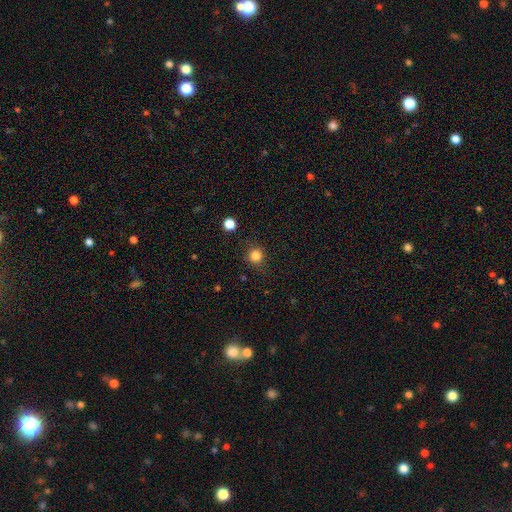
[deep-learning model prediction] This is clearly a smooth galaxy (83%). How rounded: clearly round (93%). Merging: clearly none (86%).